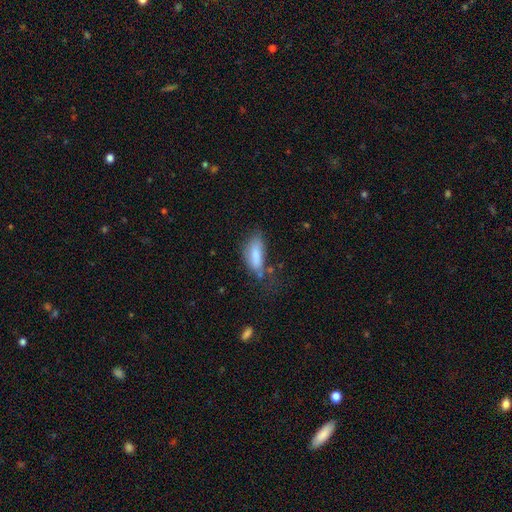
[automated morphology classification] A smooth galaxy with no disk features (79%) that is in between round and cigar-shaped (76%).

Vote fractions:
- Smooth or featured? smooth: 79% / featured or disk: 14% / star or artifact: 8%
- How rounded? in between: 76% / cigar-shaped: 22% / round: 2%
- Merging? none: 37% / minor disturbance: 33% / major disturbance: 23% / merger: 6%